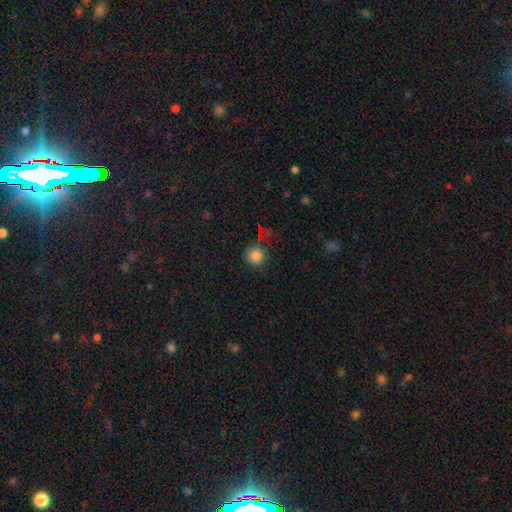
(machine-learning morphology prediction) Smooth or featured? Predicted: smooth (p=0.84). How rounded? Predicted: round (p=0.91). Merging? Predicted: none (p=0.64).